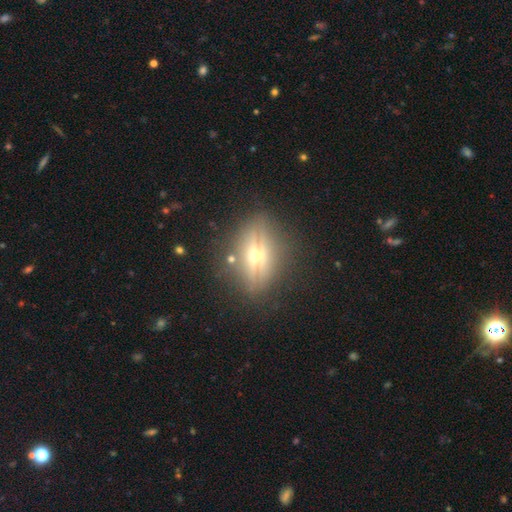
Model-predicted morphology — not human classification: Smooth or featured? featured or disk (73%)
Edge-on disk? yes (85%)
Edge-on bulge? rounded (95%)
Merging? none (82%)